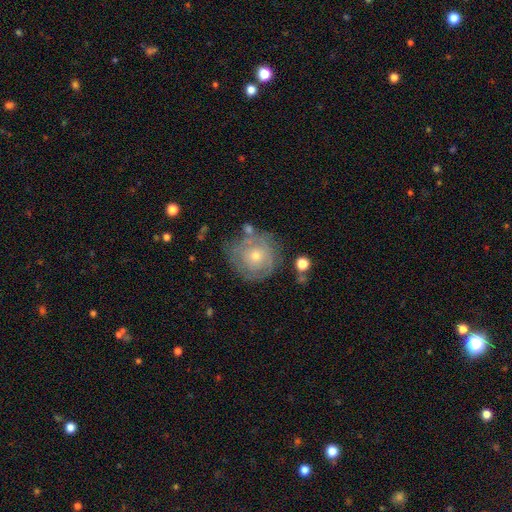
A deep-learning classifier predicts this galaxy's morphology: The model was most divided on "bulge size": small: 56%, moderate: 40%, large: 2%, none: 1%, dominant: 1%. More confident: edge-on disk — no (97%); bar — no (85%); spiral arms — yes (78%); spiral winding — tight (76%); merging — none (71%); smooth or featured — featured or disk (67%); spiral arm count — can't tell (52%).